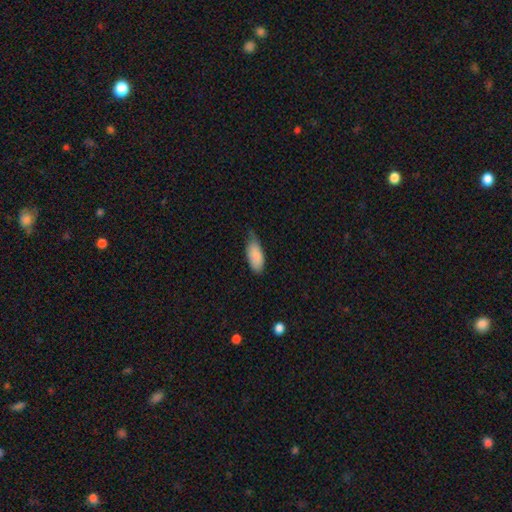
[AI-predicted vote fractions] Smooth or featured: smooth — 86% (featured or disk — 8%)
How rounded: in between — 88% (cigar-shaped — 10%)
Merging: none — 49% (minor disturbance — 42%)